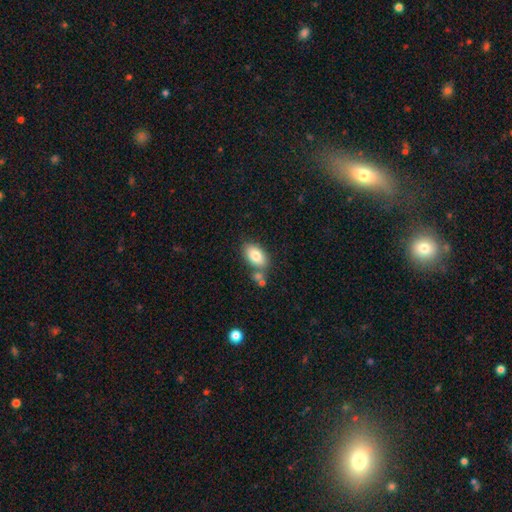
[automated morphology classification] Q: Smooth or featured?
A: smooth (82%); runner-up: featured or disk (10%)
Q: How rounded?
A: in between (92%); runner-up: round (6%)
Q: Merging?
A: none (69%); runner-up: merger (14%)